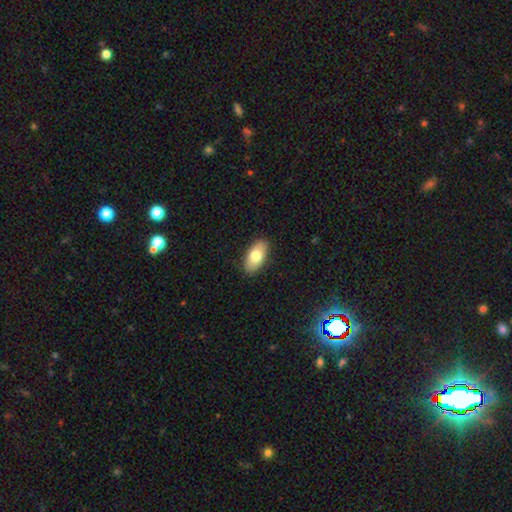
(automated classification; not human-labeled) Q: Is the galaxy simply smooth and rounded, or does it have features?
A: smooth — 78%.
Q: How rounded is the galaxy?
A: in between — 91%.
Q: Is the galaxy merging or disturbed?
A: none — 89%.